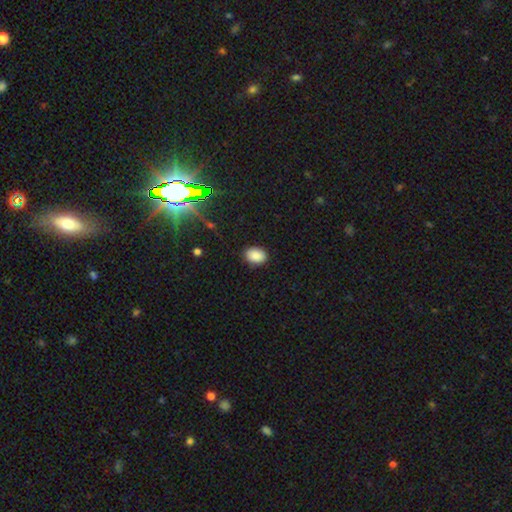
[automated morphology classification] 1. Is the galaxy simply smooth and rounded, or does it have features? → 88% smooth, 9% star or artifact, 4% featured or disk.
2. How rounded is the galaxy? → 73% in between, 26% round, 1% cigar-shaped.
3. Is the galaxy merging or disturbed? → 87% none, 9% minor disturbance, 2% major disturbance, 1% merger.